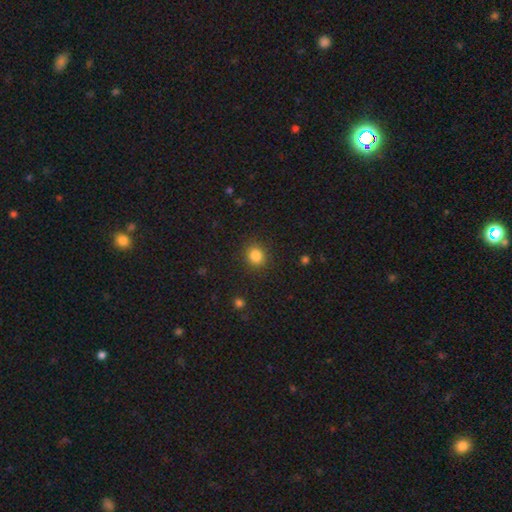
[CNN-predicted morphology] smooth 84%, star or artifact 11%, featured or disk 4%. Down the decision tree: how rounded — round (82%); merging — none (89%).